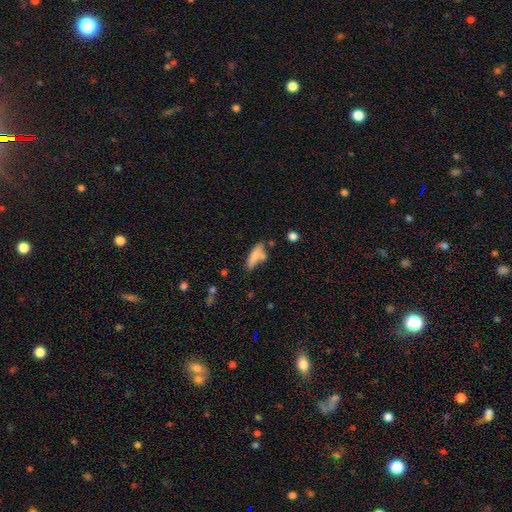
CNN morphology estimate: type=smooth (75%); roundness=in between (58%); merging=none (43%).